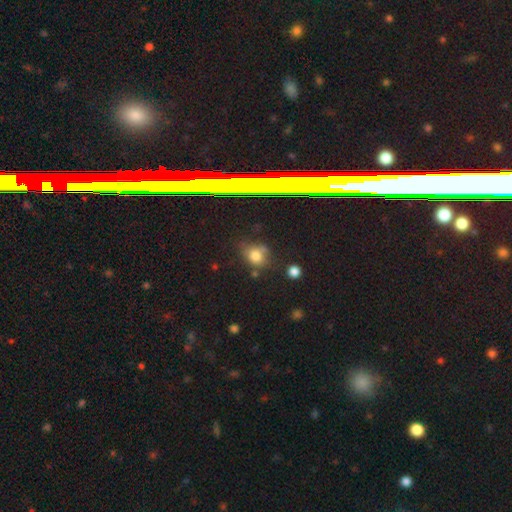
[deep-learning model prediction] Morphology: type=smooth (68%); roundness=round (65%); merging=none (63%).